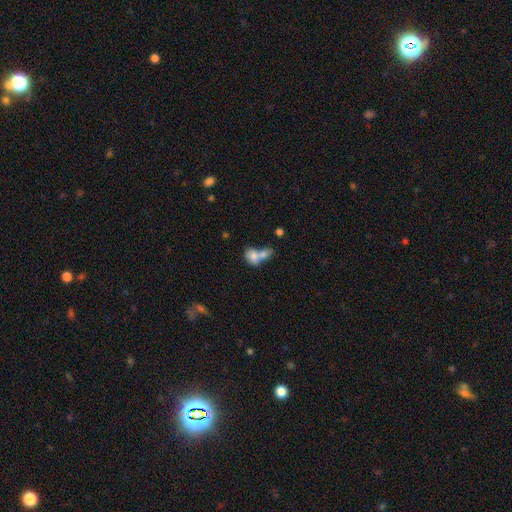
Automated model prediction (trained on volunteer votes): Smooth or featured? smooth (75%)
How rounded? in between (66%)
Merging? merger (69%)